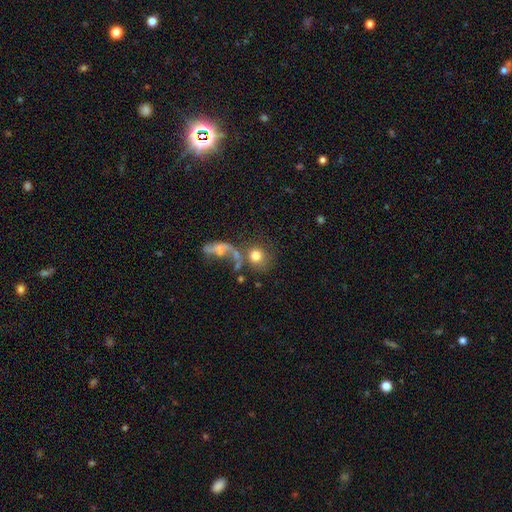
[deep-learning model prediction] smooth-or-featured: smooth: 72% | featured or disk: 17% | star or artifact: 11%
  how-rounded: round: 83% | in between: 15% | cigar-shaped: 2%
  merging: none: 41% | merger: 33% | major disturbance: 16% | minor disturbance: 11%